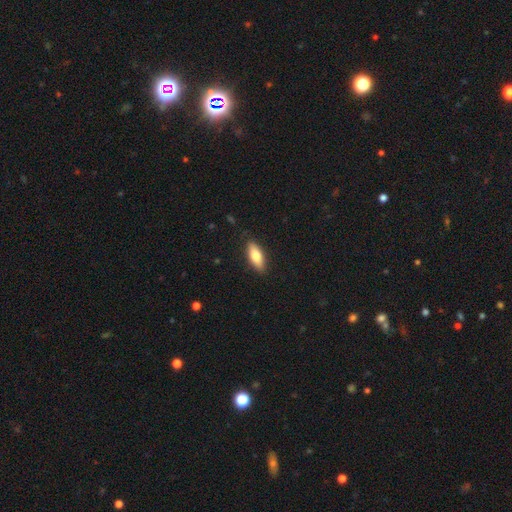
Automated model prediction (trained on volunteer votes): Smooth or featured? smooth (78%)
How rounded? in between (73%)
Merging? none (86%)